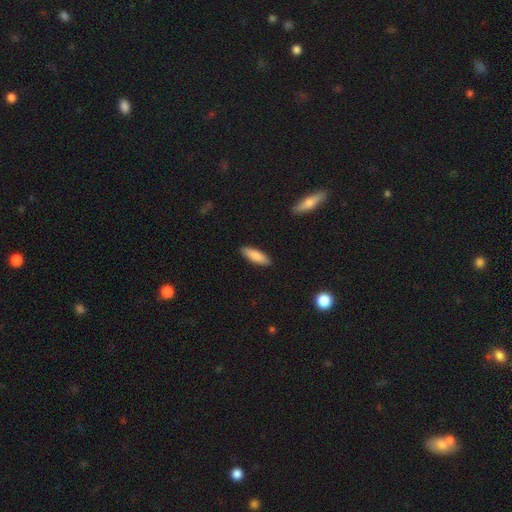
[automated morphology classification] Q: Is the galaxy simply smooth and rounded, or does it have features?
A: smooth — 86%.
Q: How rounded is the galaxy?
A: cigar-shaped — 53%.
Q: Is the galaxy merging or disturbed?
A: none — 89%.